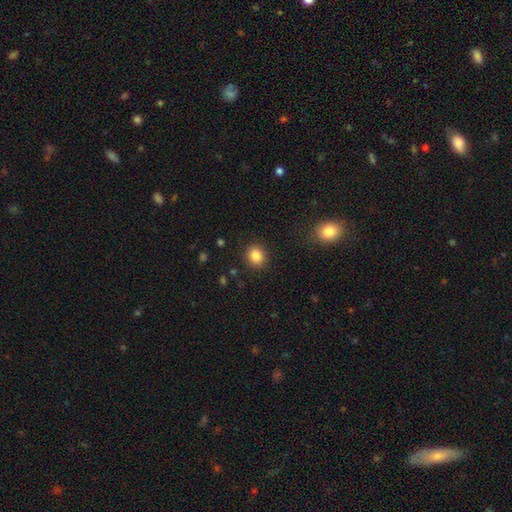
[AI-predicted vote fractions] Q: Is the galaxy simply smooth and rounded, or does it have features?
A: smooth — 86%.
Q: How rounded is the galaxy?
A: round — 76%.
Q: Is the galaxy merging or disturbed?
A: none — 88%.